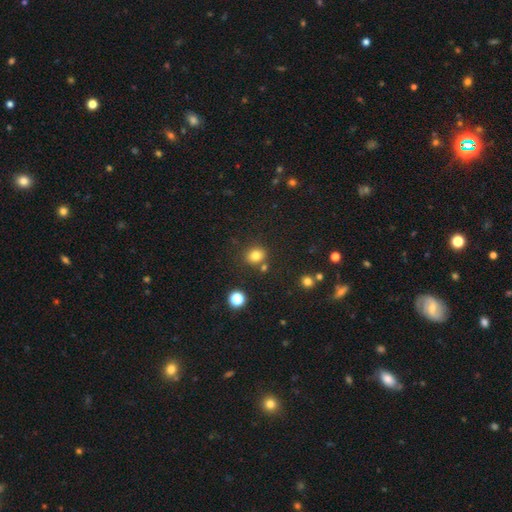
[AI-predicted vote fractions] Q: Smooth or featured?
A: smooth (80%); runner-up: star or artifact (14%)
Q: How rounded?
A: round (70%); runner-up: in between (29%)
Q: Merging?
A: none (78%); runner-up: minor disturbance (10%)